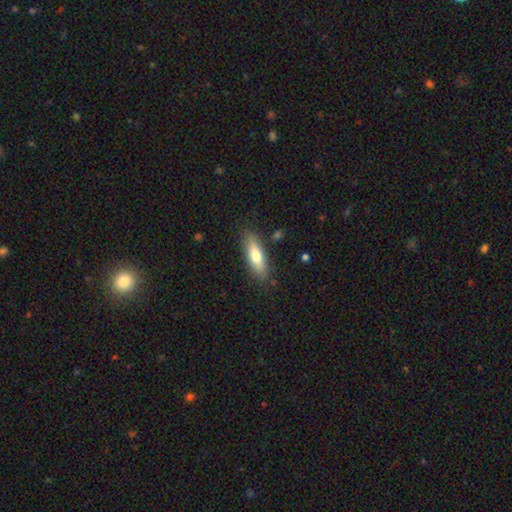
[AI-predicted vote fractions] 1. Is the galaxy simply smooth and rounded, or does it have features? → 71% smooth, 23% featured or disk, 6% star or artifact.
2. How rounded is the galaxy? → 53% in between, 44% cigar-shaped, 2% round.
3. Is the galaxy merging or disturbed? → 84% none, 11% minor disturbance, 3% major disturbance, 2% merger.